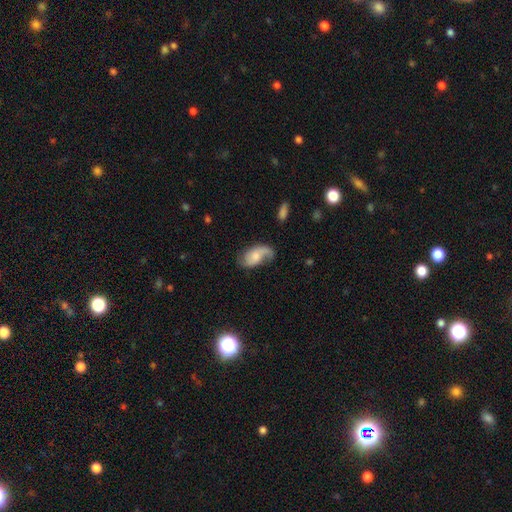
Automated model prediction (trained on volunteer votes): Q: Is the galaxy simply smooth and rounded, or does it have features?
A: featured or disk — 60%.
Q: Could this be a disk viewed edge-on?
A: no — 96%.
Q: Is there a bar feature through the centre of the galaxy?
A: no — 64%.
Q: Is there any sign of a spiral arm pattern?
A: yes — 91%.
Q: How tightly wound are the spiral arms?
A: loose — 56%.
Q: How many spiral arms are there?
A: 2 — 64%.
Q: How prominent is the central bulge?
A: small — 38%.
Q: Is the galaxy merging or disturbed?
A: none — 52%.